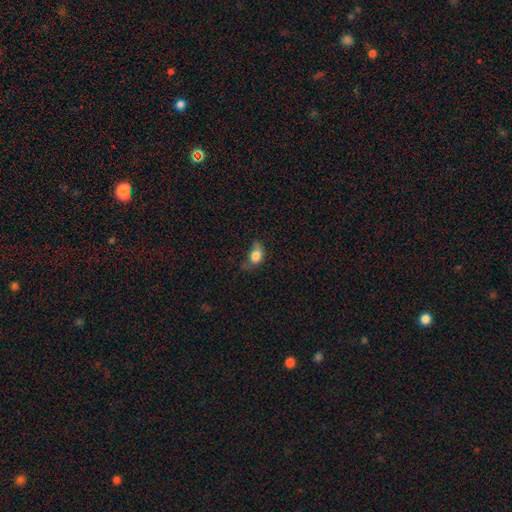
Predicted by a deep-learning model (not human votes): smooth-or-featured: smooth: 80% | featured or disk: 11% | star or artifact: 9%
  how-rounded: in between: 74% | round: 23% | cigar-shaped: 3%
  merging: minor disturbance: 40% | none: 32% | major disturbance: 24% | merger: 3%